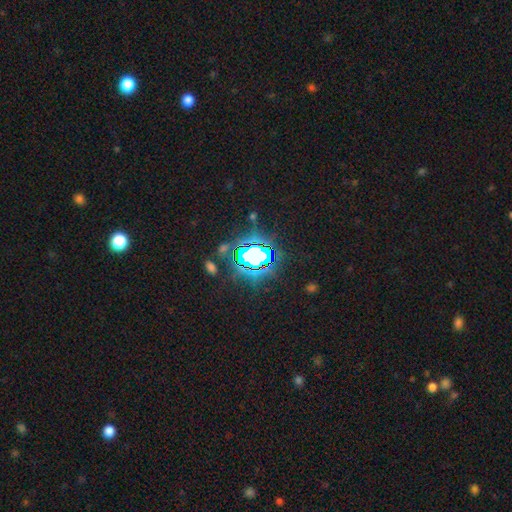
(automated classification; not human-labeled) Overall: star or artifact (70%).